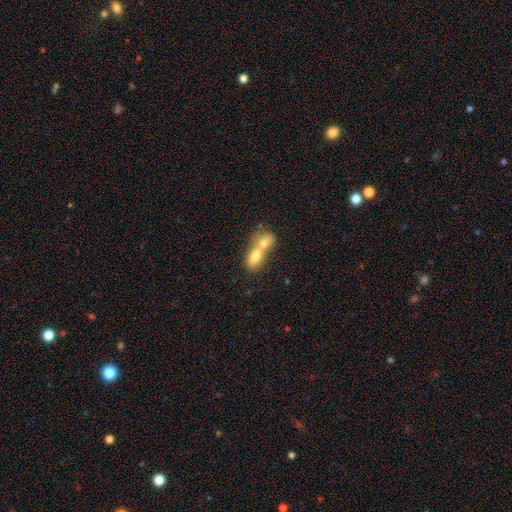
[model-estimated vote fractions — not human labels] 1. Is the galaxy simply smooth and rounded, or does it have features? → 70% smooth, 22% featured or disk, 8% star or artifact.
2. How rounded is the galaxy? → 72% in between, 22% round, 7% cigar-shaped.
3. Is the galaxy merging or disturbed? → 80% merger, 13% none, 4% minor disturbance, 3% major disturbance.